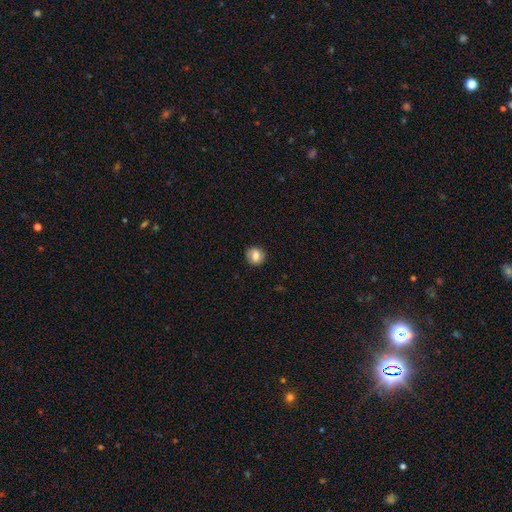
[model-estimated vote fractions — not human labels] A smooth galaxy with no disk features (77%) that is round (82%). Merging: none (84%).